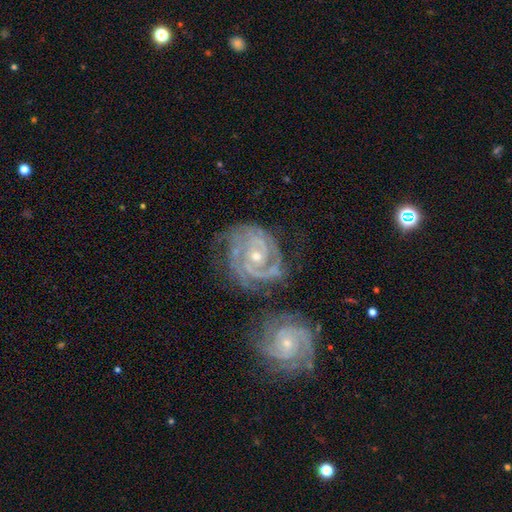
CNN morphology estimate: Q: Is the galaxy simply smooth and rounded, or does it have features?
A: featured or disk — 91%.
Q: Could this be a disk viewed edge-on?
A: no — 98%.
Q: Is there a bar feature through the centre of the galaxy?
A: no — 68%.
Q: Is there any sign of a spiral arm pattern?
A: yes — 98%.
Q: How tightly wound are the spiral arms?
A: tight — 75%.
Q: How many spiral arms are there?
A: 2 — 39%.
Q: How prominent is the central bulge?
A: small — 56%.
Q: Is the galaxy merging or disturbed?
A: none — 56%.